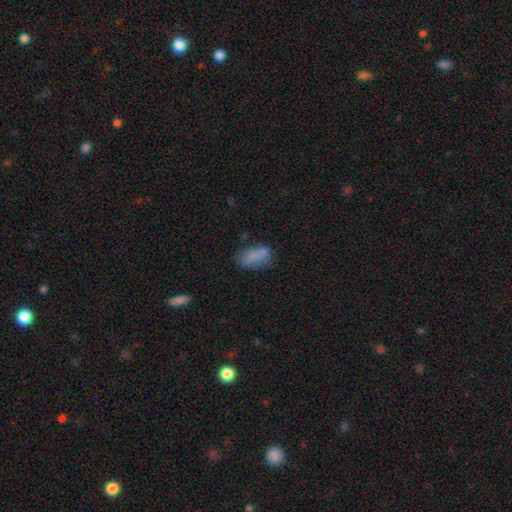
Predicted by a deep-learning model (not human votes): A smooth galaxy with no disk features (72%) that is in between round and cigar-shaped (82%).

Vote fractions:
- Smooth or featured? smooth: 72% / featured or disk: 18% / star or artifact: 9%
- How rounded? in between: 82% / cigar-shaped: 13% / round: 4%
- Merging? none: 51% / minor disturbance: 25% / merger: 12% / major disturbance: 12%